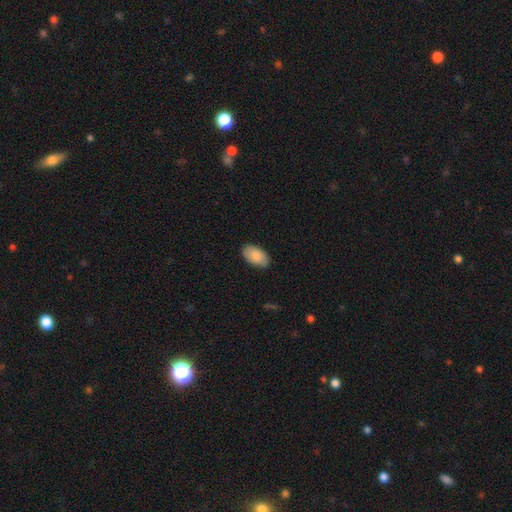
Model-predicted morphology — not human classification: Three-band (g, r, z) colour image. It shows a smooth galaxy with no disk features (88%) that is in between round and cigar-shaped (95%). Merging: none (88%).